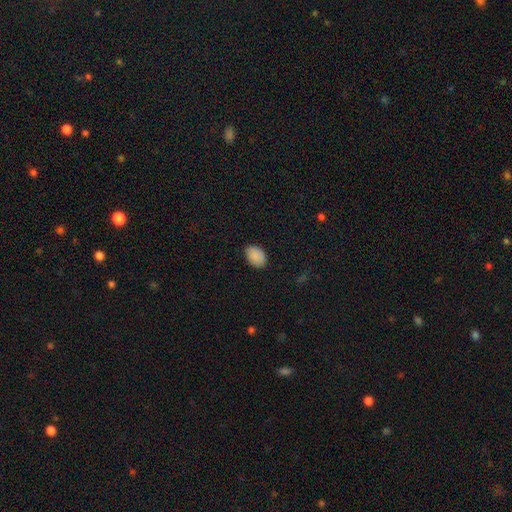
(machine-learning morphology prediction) This appears to be a smooth galaxy with no disk features (90%) that is in between round and cigar-shaped (82%). Merging: none (87%).